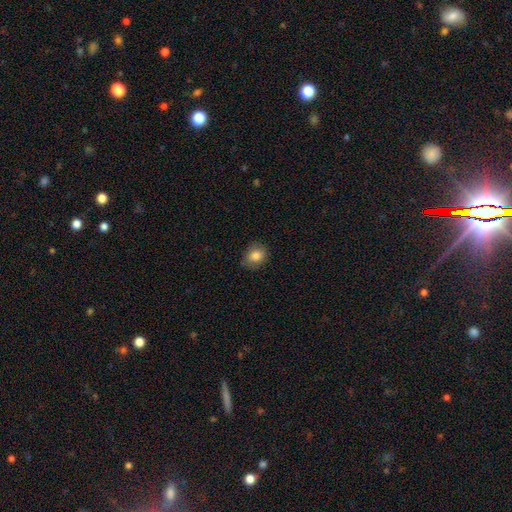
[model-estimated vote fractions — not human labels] A smooth galaxy with no disk features (84%) that is round (61%).

Vote fractions:
- Smooth or featured? smooth: 84% / star or artifact: 9% / featured or disk: 7%
- How rounded? round: 61% / in between: 38% / cigar-shaped: 1%
- Merging? none: 80% / minor disturbance: 15% / major disturbance: 3% / merger: 1%